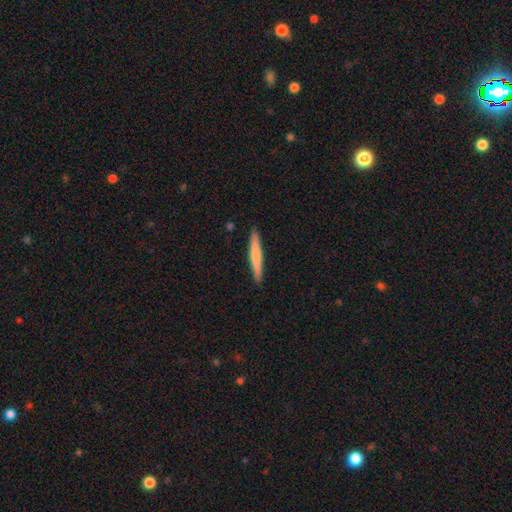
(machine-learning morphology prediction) Smooth or featured: smooth — 66% (featured or disk — 29%)
How rounded: cigar-shaped — 95% (in between — 3%)
Merging: none — 92% (minor disturbance — 6%)